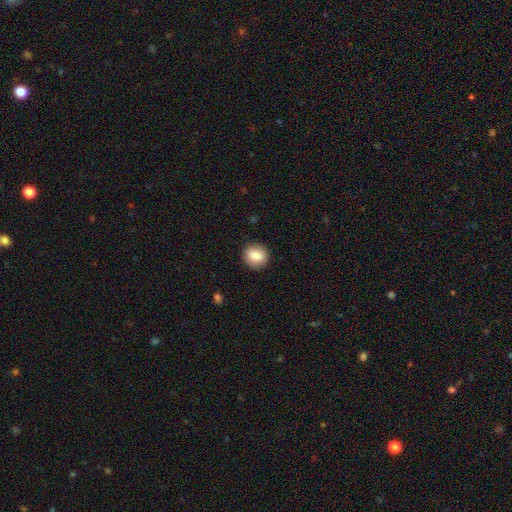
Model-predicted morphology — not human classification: This is clearly a smooth galaxy (83%). How rounded: likely round (80%). Merging: clearly none (90%).